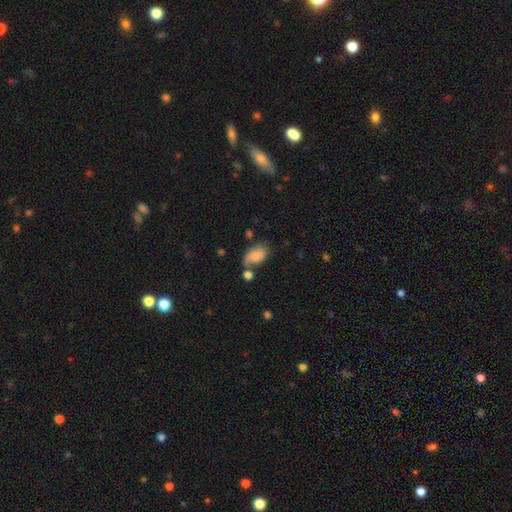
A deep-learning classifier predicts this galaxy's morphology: A smooth galaxy with no disk features (71%) that is in between round and cigar-shaped (90%).

Vote fractions:
- Smooth or featured? smooth: 71% / featured or disk: 19% / star or artifact: 9%
- How rounded? in between: 90% / round: 9% / cigar-shaped: 2%
- Merging? none: 41% / minor disturbance: 27% / merger: 17% / major disturbance: 15%